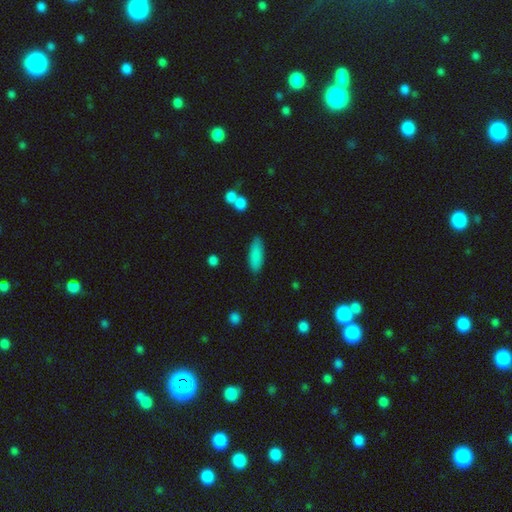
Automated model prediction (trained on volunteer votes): Smooth or featured?
  - smooth: 86% *
  - featured or disk: 7%
  - star or artifact: 6%
How rounded?
  - in between: 64% *
  - cigar-shaped: 34%
  - round: 2%
Merging?
  - none: 85% *
  - minor disturbance: 11%
  - major disturbance: 3%
  - merger: 2%